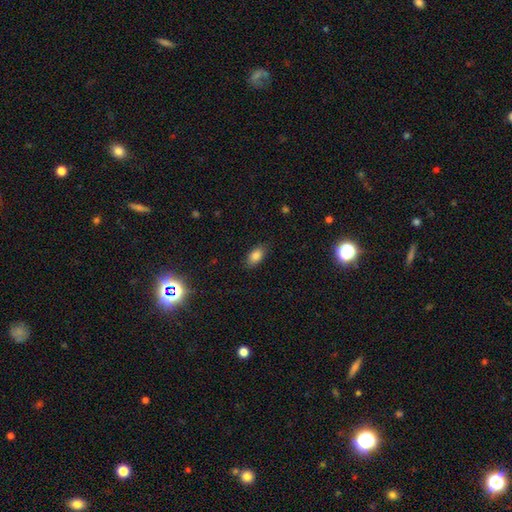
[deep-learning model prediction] Q: Smooth or featured?
A: smooth (85%); runner-up: star or artifact (9%)
Q: How rounded?
A: in between (91%); runner-up: round (6%)
Q: Merging?
A: none (84%); runner-up: minor disturbance (12%)